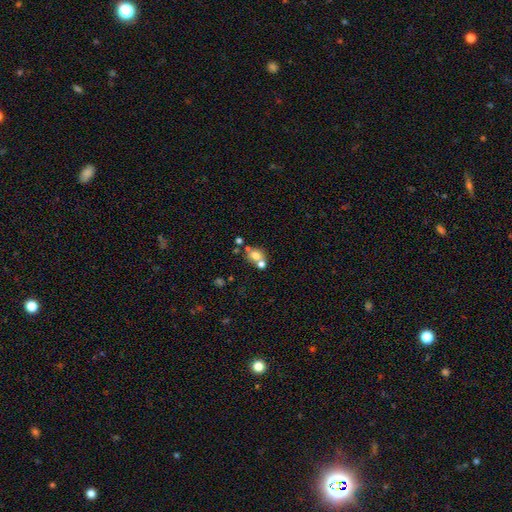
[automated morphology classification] smooth_or_featured: smooth (p=0.69) [alt: featured or disk p=0.18]
how_rounded: round (p=0.60) [alt: in between p=0.38]
merging: none (p=0.44) [alt: merger p=0.43]